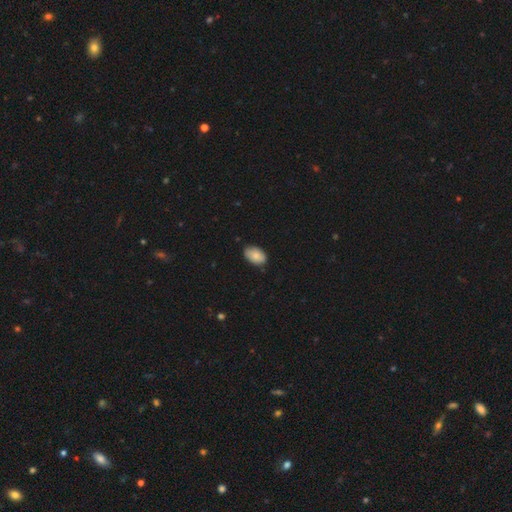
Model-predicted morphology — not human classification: A smooth galaxy with no disk features (86%) that is in between round and cigar-shaped (92%).

Vote fractions:
- Smooth or featured? smooth: 86% / featured or disk: 7% / star or artifact: 7%
- How rounded? in between: 92% / round: 7% / cigar-shaped: 1%
- Merging? none: 79% / minor disturbance: 17% / major disturbance: 2% / merger: 1%